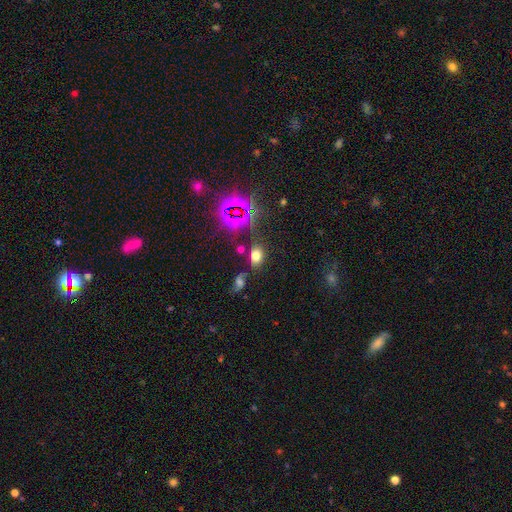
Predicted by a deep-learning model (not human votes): Smooth or featured: smooth — 62% (star or artifact — 28%)
How rounded: in between — 79% (round — 19%)
Merging: none — 73% (minor disturbance — 14%)